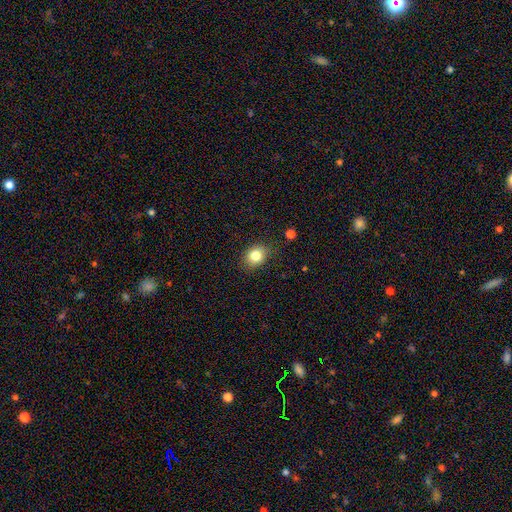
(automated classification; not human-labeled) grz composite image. It shows a smooth galaxy with no disk features (81%) that is round (58%). Merging: none (81%).